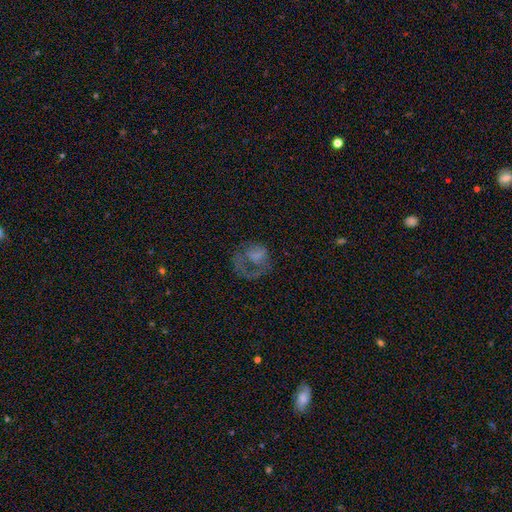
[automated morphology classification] This appears to be a featured or disk galaxy (43%). Merging: major disturbance (45%).